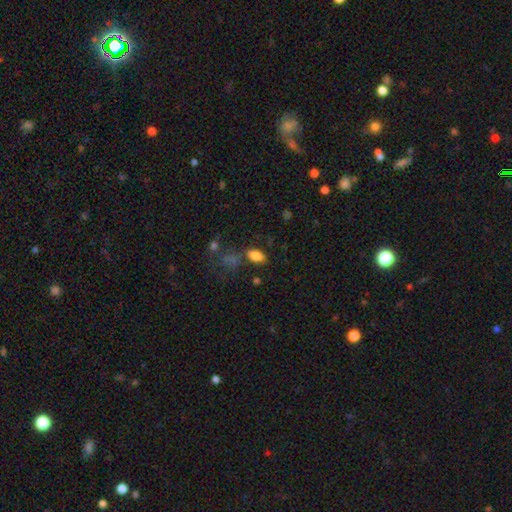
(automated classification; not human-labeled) This appears to be a smooth galaxy with no disk features (83%) that is in between round and cigar-shaped (90%). Merging: none (72%).